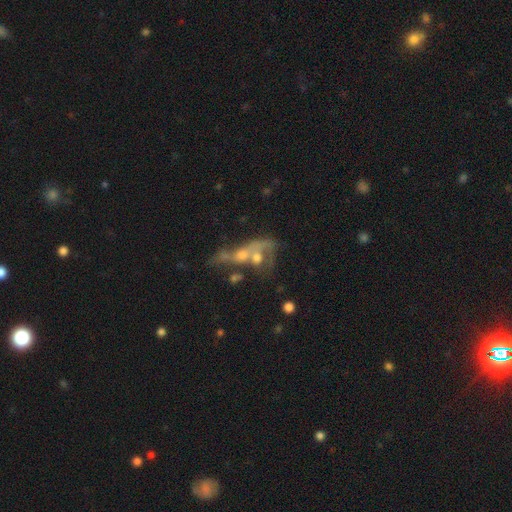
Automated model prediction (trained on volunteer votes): Q: Smooth or featured?
A: featured or disk (60%); runner-up: smooth (23%)
Q: Edge-on disk?
A: no (86%); runner-up: yes (14%)
Q: Bar?
A: no (80%); runner-up: weak (16%)
Q: Spiral arms?
A: no (60%); runner-up: yes (40%)
Q: Bulge size?
A: moderate (43%); runner-up: small (31%)
Q: Merging?
A: merger (51%); runner-up: major disturbance (21%)